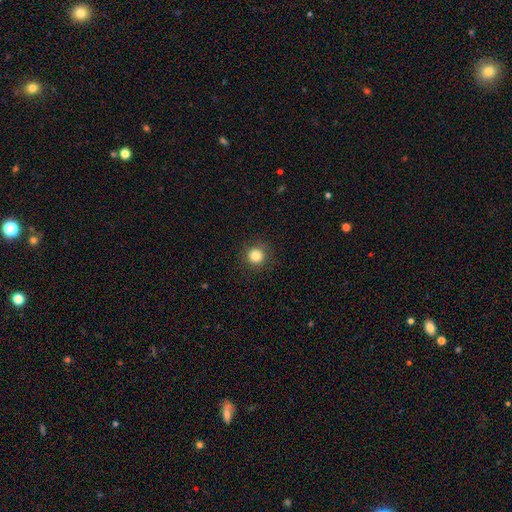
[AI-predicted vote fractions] Smooth or featured?
  - smooth: 83% *
  - star or artifact: 12%
  - featured or disk: 5%
How rounded?
  - round: 94% *
  - in between: 5%
  - cigar-shaped: 1%
Merging?
  - none: 91% *
  - minor disturbance: 6%
  - major disturbance: 2%
  - merger: 1%